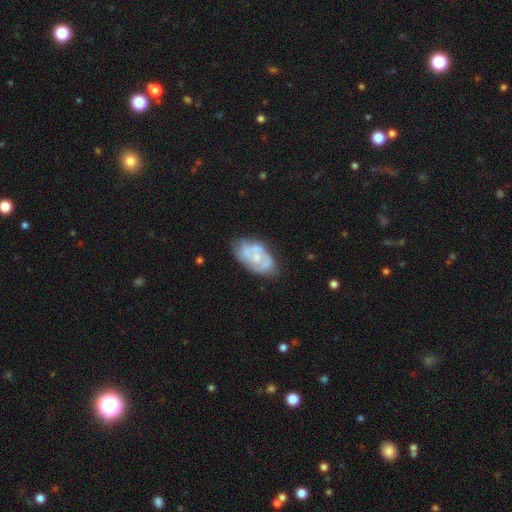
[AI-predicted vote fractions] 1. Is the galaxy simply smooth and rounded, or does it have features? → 67% featured or disk, 27% smooth, 6% star or artifact.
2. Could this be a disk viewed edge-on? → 96% no, 4% yes.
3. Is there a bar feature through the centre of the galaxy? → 72% no, 24% weak, 4% strong.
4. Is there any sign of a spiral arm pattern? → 71% yes, 29% no.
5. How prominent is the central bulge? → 51% small, 38% moderate, 8% none, 2% large, 1% dominant.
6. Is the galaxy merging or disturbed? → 59% none, 27% minor disturbance, 10% major disturbance, 4% merger.